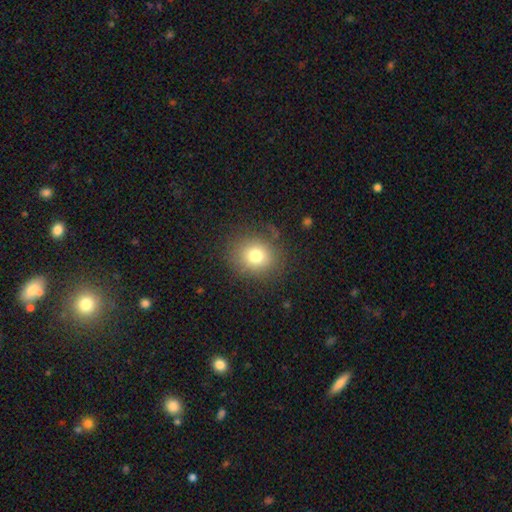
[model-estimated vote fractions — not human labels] Smooth or featured: smooth — 76% (star or artifact — 13%)
How rounded: round — 78% (in between — 21%)
Merging: none — 84% (minor disturbance — 10%)